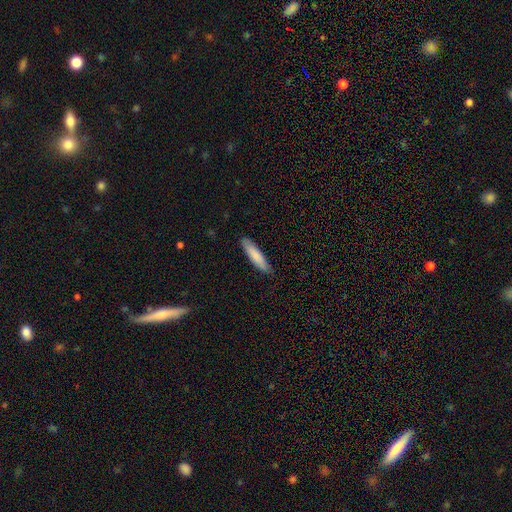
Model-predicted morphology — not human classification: Smooth or featured?
  - smooth: 83% *
  - featured or disk: 12%
  - star or artifact: 5%
How rounded?
  - cigar-shaped: 82% *
  - in between: 17%
  - round: 1%
Merging?
  - none: 87% *
  - minor disturbance: 11%
  - major disturbance: 2%
  - merger: 1%